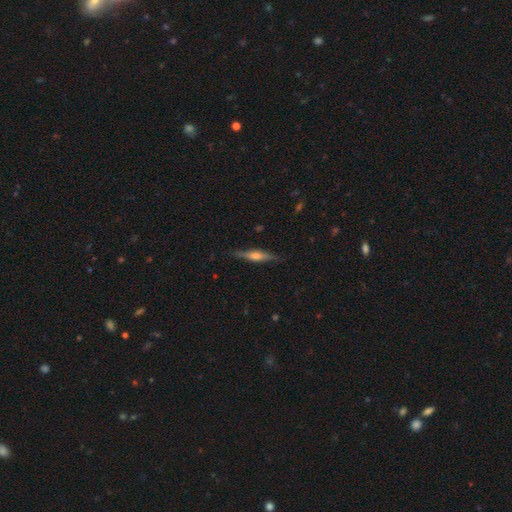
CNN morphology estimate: Smooth or featured? featured or disk (69%)
Edge-on disk? yes (97%)
Edge-on bulge? rounded (80%)
Merging? none (88%)